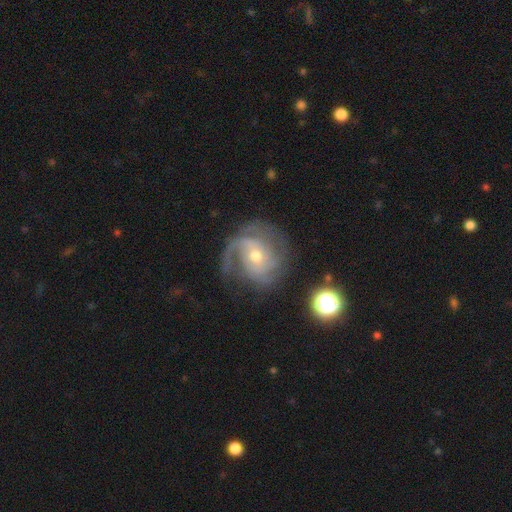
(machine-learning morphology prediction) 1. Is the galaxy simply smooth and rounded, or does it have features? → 86% featured or disk, 8% smooth, 6% star or artifact.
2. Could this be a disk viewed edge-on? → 98% no, 2% yes.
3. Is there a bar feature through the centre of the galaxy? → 57% no, 34% weak, 9% strong.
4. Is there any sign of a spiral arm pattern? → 96% yes, 4% no.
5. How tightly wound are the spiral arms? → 43% tight, 42% medium, 15% loose.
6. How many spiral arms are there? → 34% 2, 24% 3, 21% can't tell, 10% 1, 6% 4, 5% more than 4.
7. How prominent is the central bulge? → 54% moderate, 42% small, 2% large, 1% none, 1% dominant.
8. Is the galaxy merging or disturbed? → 64% none, 19% minor disturbance, 15% major disturbance, 2% merger.